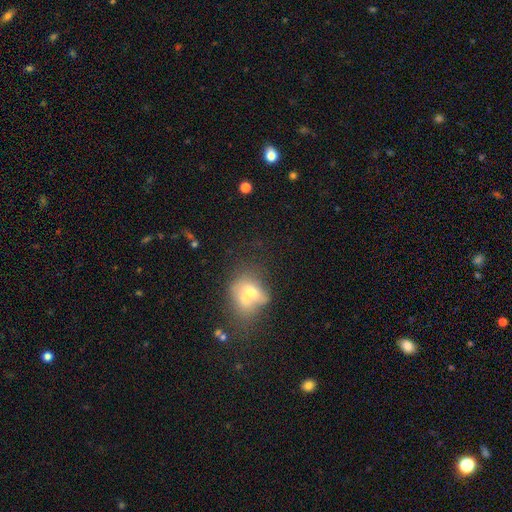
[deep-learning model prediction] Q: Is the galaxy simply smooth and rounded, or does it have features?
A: smooth — 51%.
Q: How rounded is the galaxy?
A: in between — 57%.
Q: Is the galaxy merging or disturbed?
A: none — 43%.